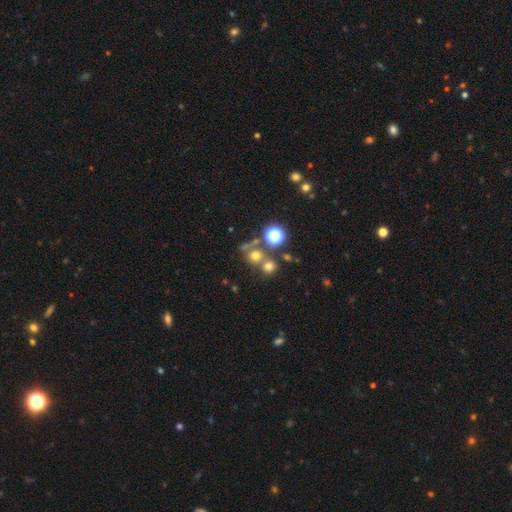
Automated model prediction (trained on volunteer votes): Smooth or featured? Predicted: smooth (p=0.63). How rounded? Predicted: round (p=0.84). Merging? Predicted: none (p=0.56).